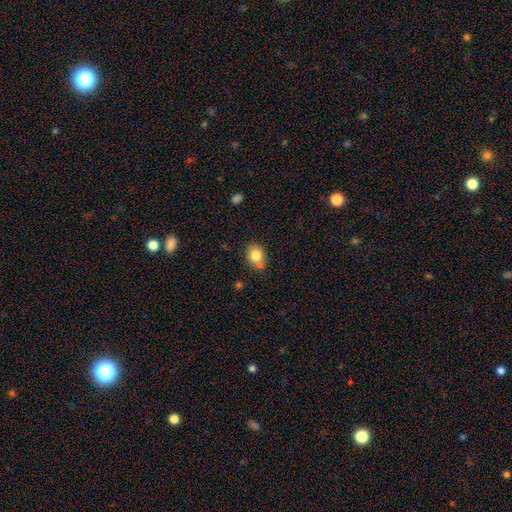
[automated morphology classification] Q: Smooth or featured?
A: smooth (80%); runner-up: star or artifact (10%)
Q: How rounded?
A: round (66%); runner-up: in between (33%)
Q: Merging?
A: none (63%); runner-up: merger (21%)